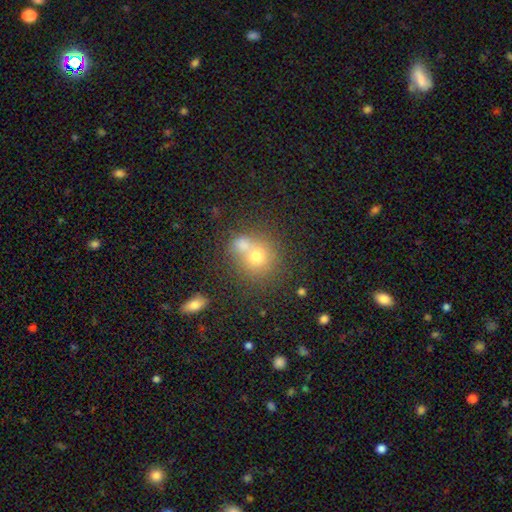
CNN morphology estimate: Q: Smooth or featured?
A: smooth (68%); runner-up: featured or disk (18%)
Q: How rounded?
A: round (80%); runner-up: in between (19%)
Q: Merging?
A: merger (47%); runner-up: none (41%)